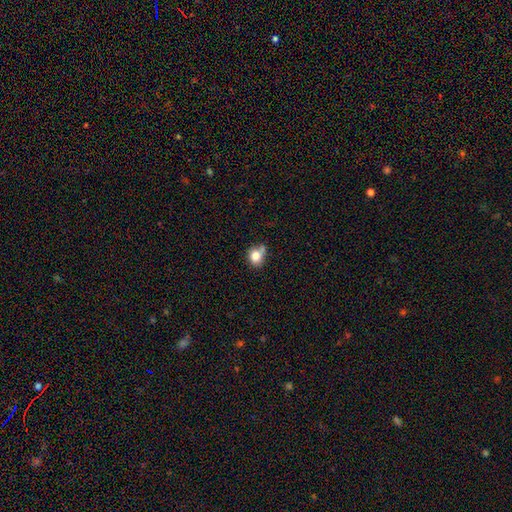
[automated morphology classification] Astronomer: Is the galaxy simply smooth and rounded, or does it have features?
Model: smooth — 80%.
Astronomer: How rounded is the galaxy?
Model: round — 66%.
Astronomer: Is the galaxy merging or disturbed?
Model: none — 48% (runner-up: minor disturbance, 30%).